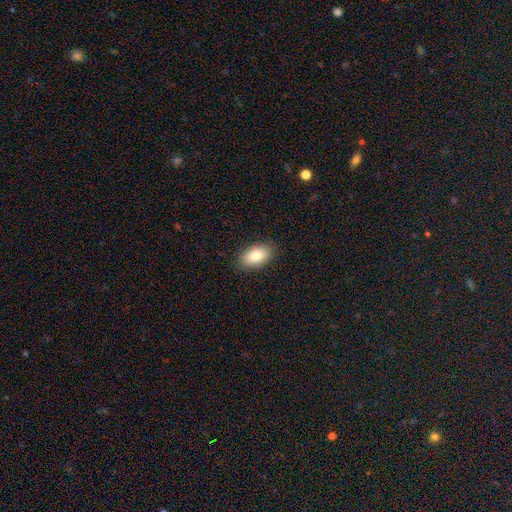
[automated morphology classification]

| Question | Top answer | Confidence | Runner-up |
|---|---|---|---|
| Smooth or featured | smooth | 83% | featured or disk (10%) |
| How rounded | in between | 93% | round (5%) |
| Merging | none | 88% | minor disturbance (9%) |